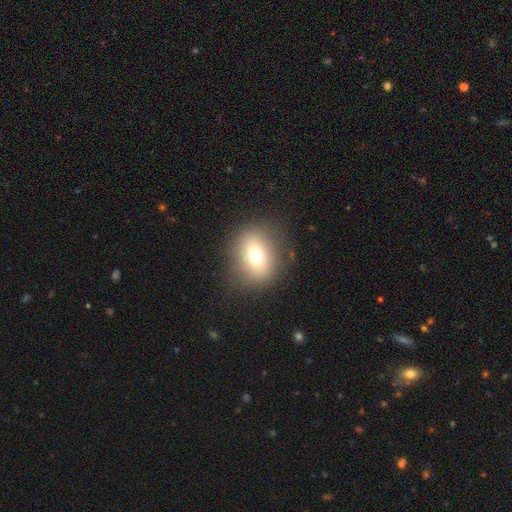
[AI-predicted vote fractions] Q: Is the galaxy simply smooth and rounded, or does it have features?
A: smooth — 71%.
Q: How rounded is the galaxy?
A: round — 58%.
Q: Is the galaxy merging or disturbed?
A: none — 83%.